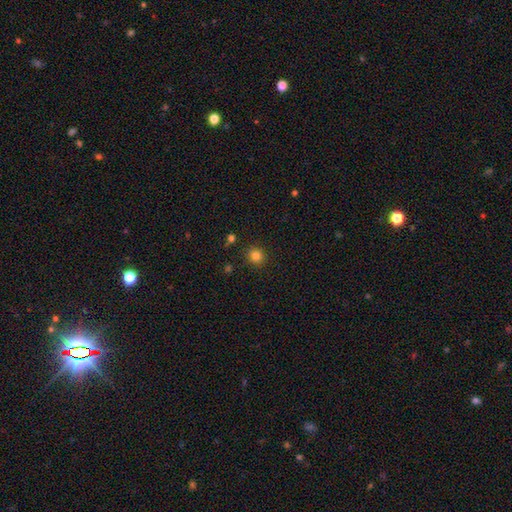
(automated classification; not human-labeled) A smooth galaxy with no disk features (82%) that is round (91%). Merging: none (90%).